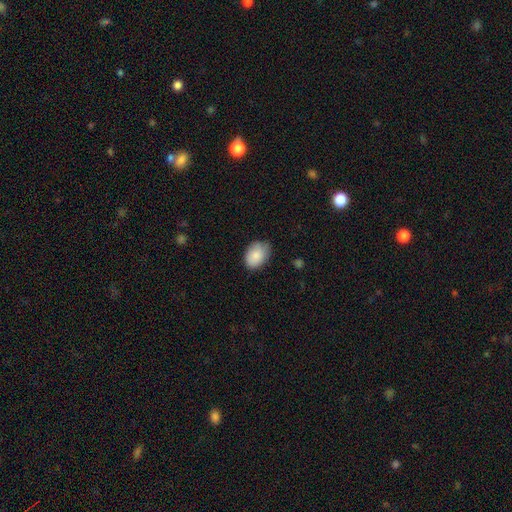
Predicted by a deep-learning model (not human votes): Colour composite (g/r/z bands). It shows a smooth galaxy with no disk features (86%) that is in between round and cigar-shaped (79%). Merging: none (73%).